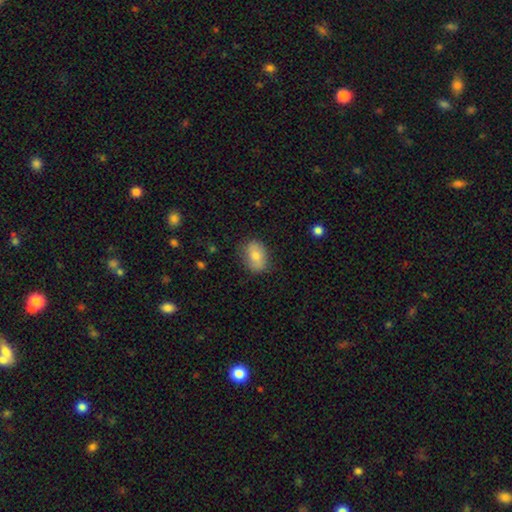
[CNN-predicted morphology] A smooth galaxy with no disk features (75%) that is in between round and cigar-shaped (81%).

Vote fractions:
- Smooth or featured? smooth: 75% / featured or disk: 18% / star or artifact: 7%
- How rounded? in between: 81% / round: 18% / cigar-shaped: 1%
- Merging? none: 76% / minor disturbance: 19% / major disturbance: 4% / merger: 1%